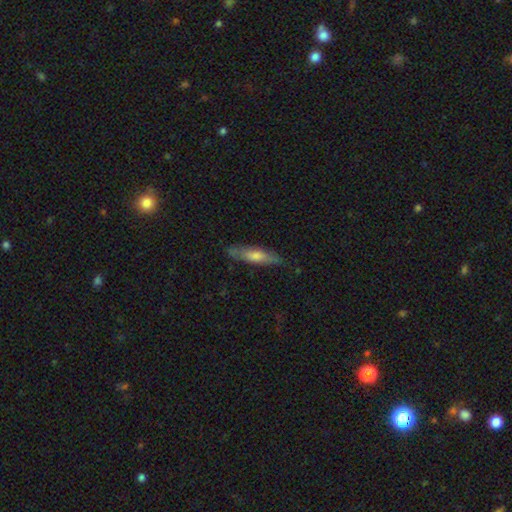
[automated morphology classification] This appears to be a smooth galaxy with no disk features (59%) that is cigar-shaped (74%). Merging: none (79%).